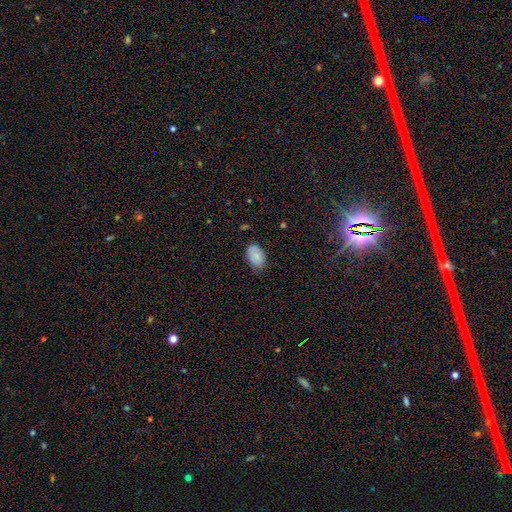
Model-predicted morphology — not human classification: Smooth or featured: smooth — 82% (featured or disk — 10%)
How rounded: in between — 92% (round — 6%)
Merging: none — 71% (minor disturbance — 24%)